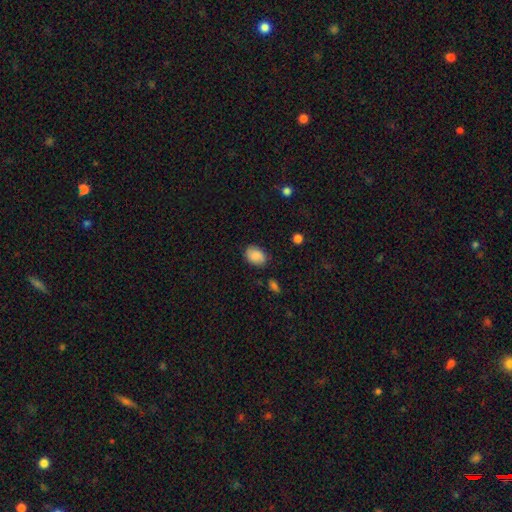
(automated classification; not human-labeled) Overall: smooth (82%). How rounded: in between (77%). Merging: none (78%).